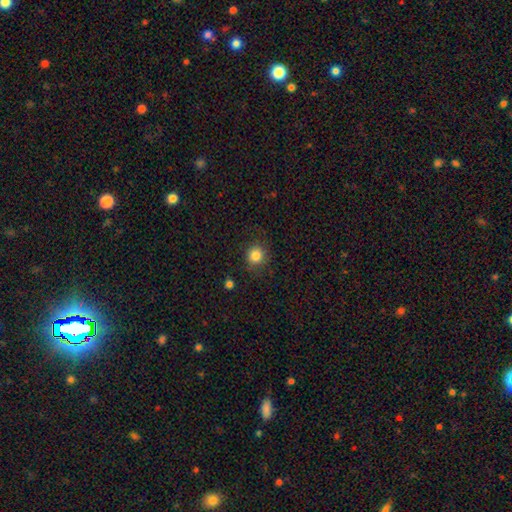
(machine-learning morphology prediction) This appears to be a smooth galaxy with no disk features (84%) that is round (88%). Merging: none (83%).